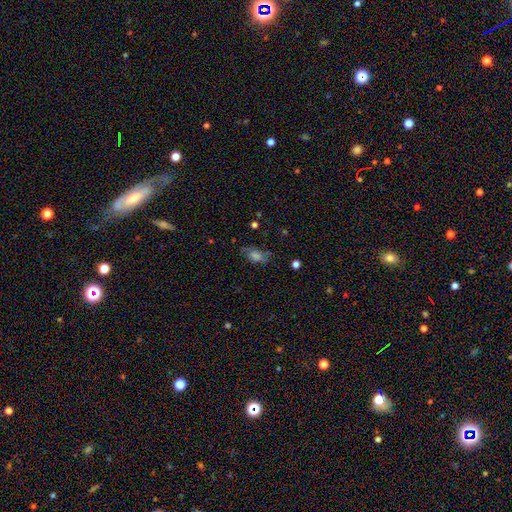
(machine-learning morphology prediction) smooth-or-featured: smooth: 54% | featured or disk: 25% | star or artifact: 21%
  how-rounded: in between: 78% | round: 17% | cigar-shaped: 5%
  merging: none: 57% | minor disturbance: 24% | major disturbance: 16% | merger: 3%